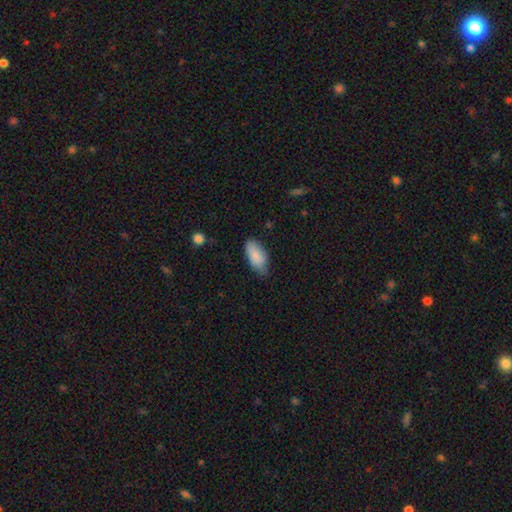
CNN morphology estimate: smooth 86%, featured or disk 8%, star or artifact 6%. Down the decision tree: how rounded — in between (91%); merging — none (62%).